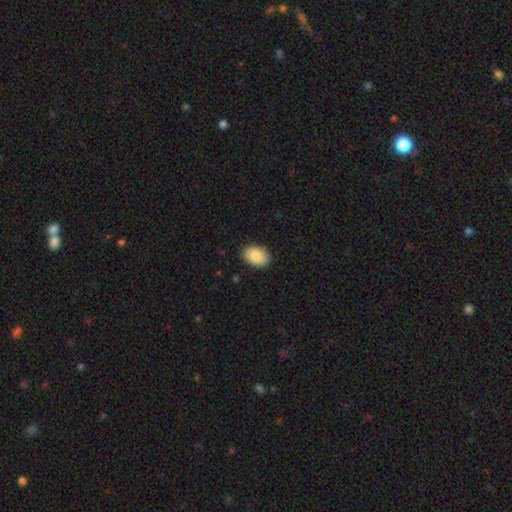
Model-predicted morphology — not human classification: smooth_or_featured: smooth (p=0.87) [alt: star or artifact p=0.07]
how_rounded: in between (p=0.85) [alt: round p=0.14]
merging: none (p=0.88) [alt: minor disturbance p=0.10]